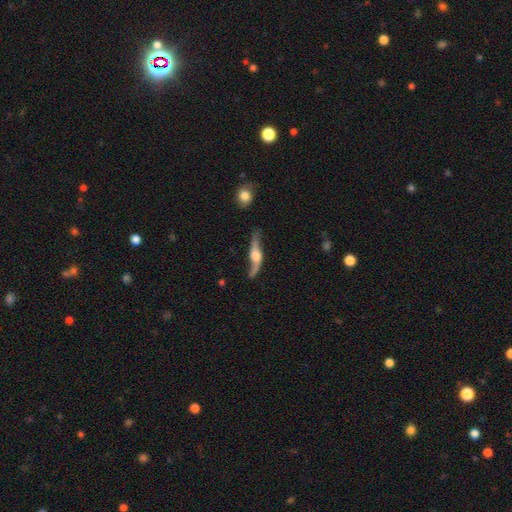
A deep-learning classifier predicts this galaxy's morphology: The model was most divided on "edge-on disk": yes: 58%, no: 42%. More confident: smooth or featured — featured or disk (81%); merging — none (66%).